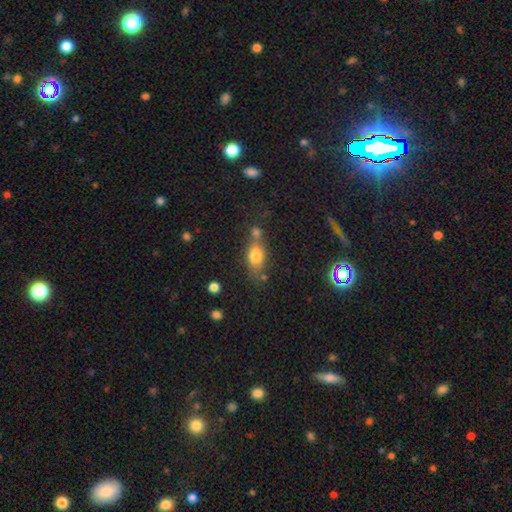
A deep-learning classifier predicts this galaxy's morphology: smooth_or_featured: smooth (p=0.75) [alt: featured or disk p=0.14]
how_rounded: in between (p=0.69) [alt: round p=0.24]
merging: none (p=0.51) [alt: merger p=0.27]